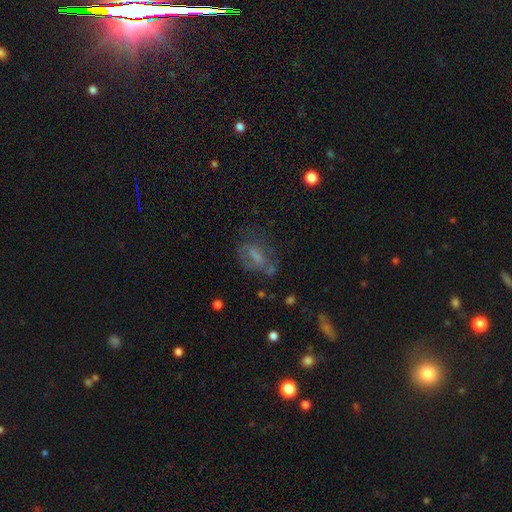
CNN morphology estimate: Smooth or featured? Predicted: smooth (p=0.46). Merging? Predicted: none (p=0.45).